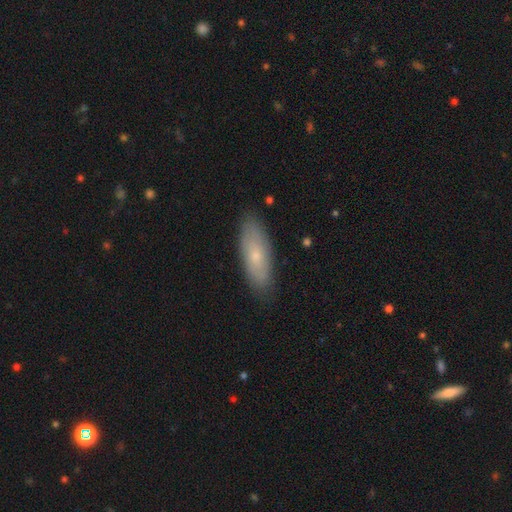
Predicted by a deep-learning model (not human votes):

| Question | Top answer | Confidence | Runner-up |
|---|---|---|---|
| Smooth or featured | smooth | 65% | featured or disk (29%) |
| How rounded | in between | 63% | cigar-shaped (34%) |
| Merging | none | 85% | minor disturbance (12%) |